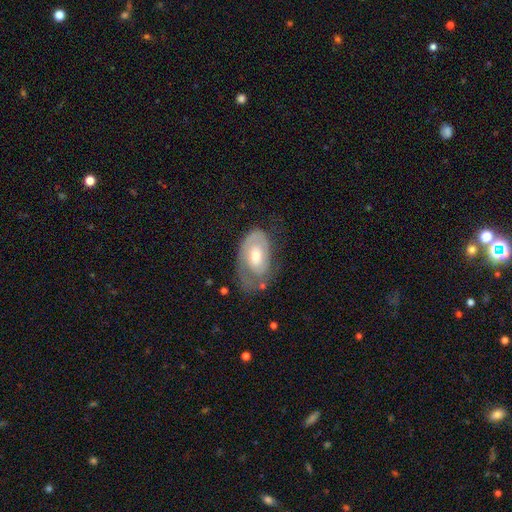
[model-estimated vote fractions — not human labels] A featured or disk galaxy (61%) with no bar (70%), spiral arms (72%) and a moderate central bulge (66%). Merging: none (46%).